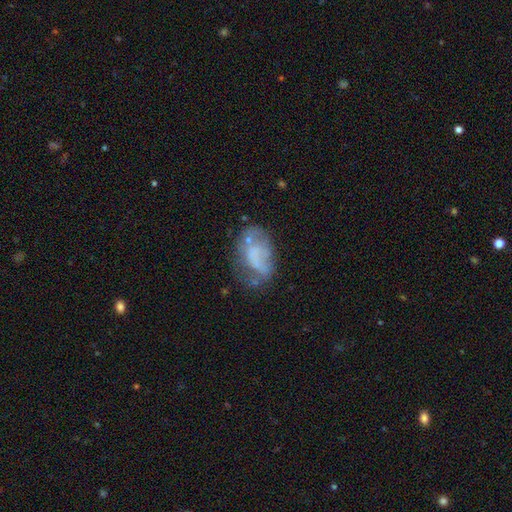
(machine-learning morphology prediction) This is possibly a featured or disk galaxy (49%). Merging: marginally none (34%).